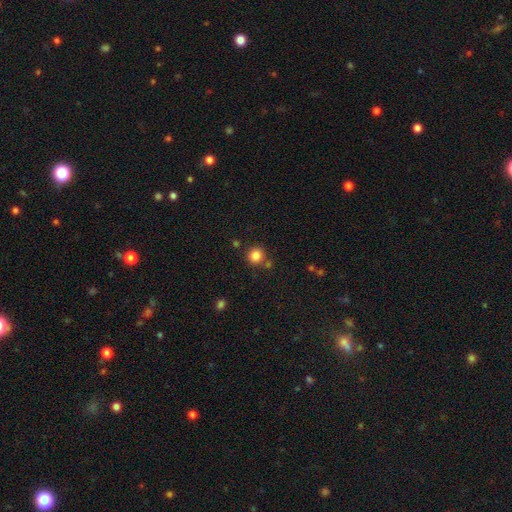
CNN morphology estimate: The model was most divided on "merging": none: 80%, merger: 9%, minor disturbance: 8%, major disturbance: 3%. More confident: how rounded — round (93%); smooth or featured — smooth (85%).